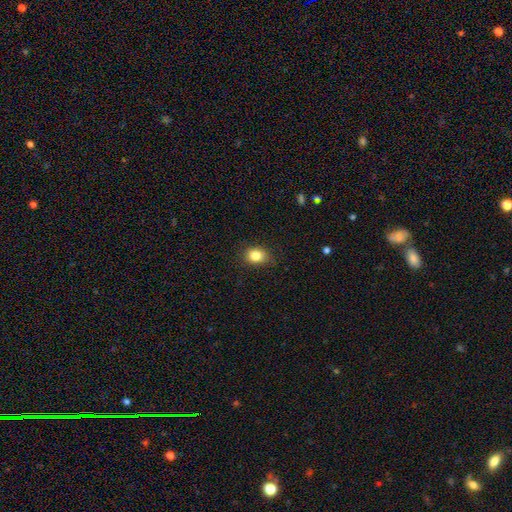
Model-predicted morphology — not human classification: type=smooth (84%); roundness=in between (56%); merging=none (82%).